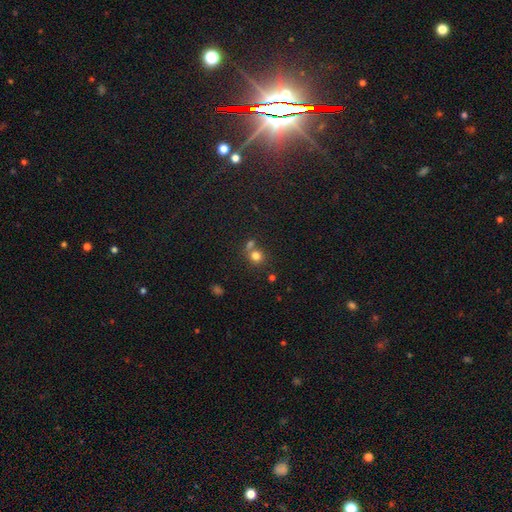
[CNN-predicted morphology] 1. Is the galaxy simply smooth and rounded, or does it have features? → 77% smooth, 15% star or artifact, 8% featured or disk.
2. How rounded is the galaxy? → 84% round, 15% in between, 1% cigar-shaped.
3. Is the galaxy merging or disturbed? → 53% none, 35% merger, 8% minor disturbance, 3% major disturbance.